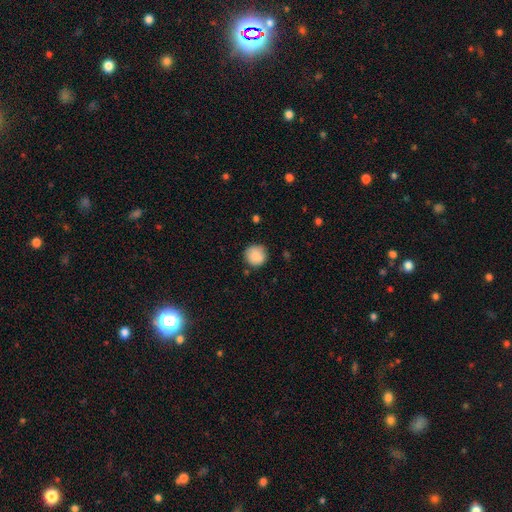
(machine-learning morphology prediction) The model was most divided on "merging": none: 84%, minor disturbance: 12%, major disturbance: 3%, merger: 2%. More confident: how rounded — round (94%); smooth or featured — smooth (87%).